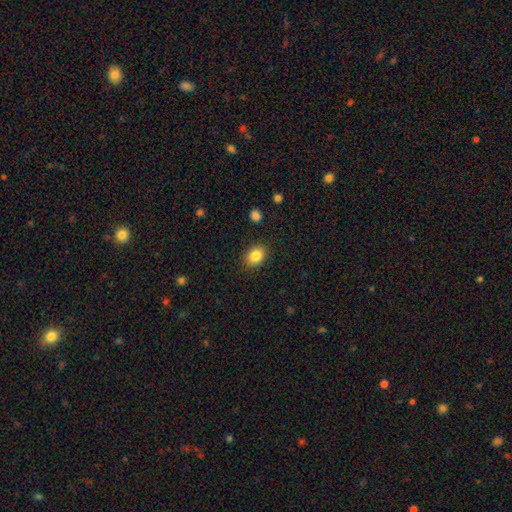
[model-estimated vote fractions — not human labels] Q: Smooth or featured?
A: smooth (84%); runner-up: star or artifact (9%)
Q: How rounded?
A: in between (64%); runner-up: round (35%)
Q: Merging?
A: none (87%); runner-up: minor disturbance (9%)